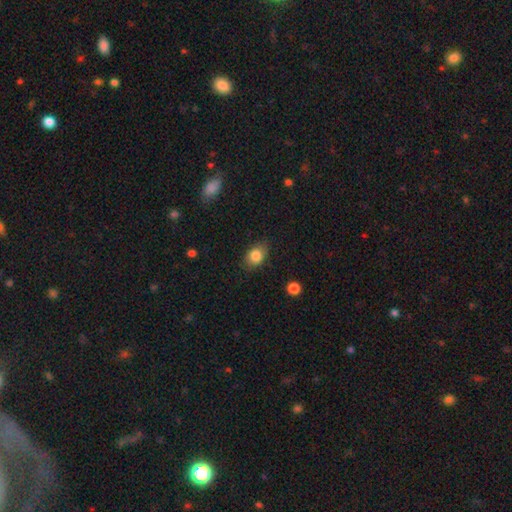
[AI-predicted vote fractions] The model was most divided on "how rounded": in between: 68%, round: 31%, cigar-shaped: 1%. More confident: smooth or featured — smooth (84%); merging — none (80%).